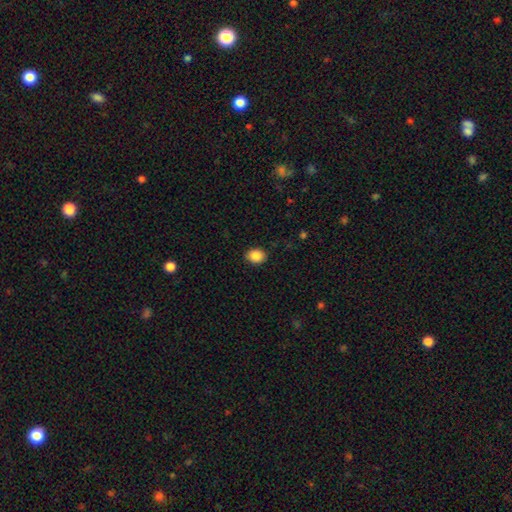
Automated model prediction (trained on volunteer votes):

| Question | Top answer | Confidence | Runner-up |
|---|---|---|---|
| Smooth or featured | smooth | 88% | star or artifact (8%) |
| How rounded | round | 51% | in between (48%) |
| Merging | none | 89% | minor disturbance (8%) |